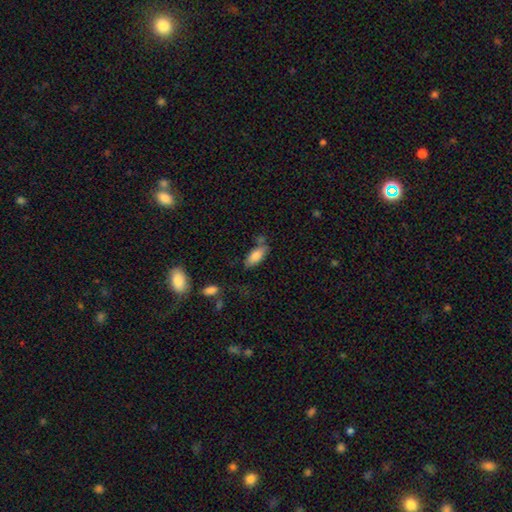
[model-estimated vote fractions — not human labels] The model was most divided on "merging": none: 61%, minor disturbance: 21%, merger: 11%, major disturbance: 7%. More confident: how rounded — in between (82%); smooth or featured — smooth (81%).